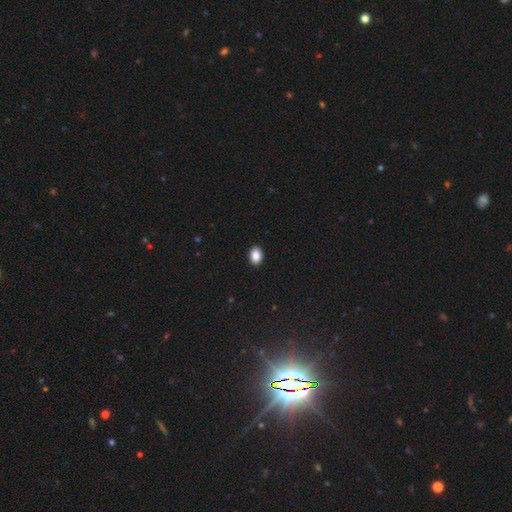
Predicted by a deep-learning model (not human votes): A smooth galaxy with no disk features (88%) that is in between round and cigar-shaped (79%). Merging: none (91%).